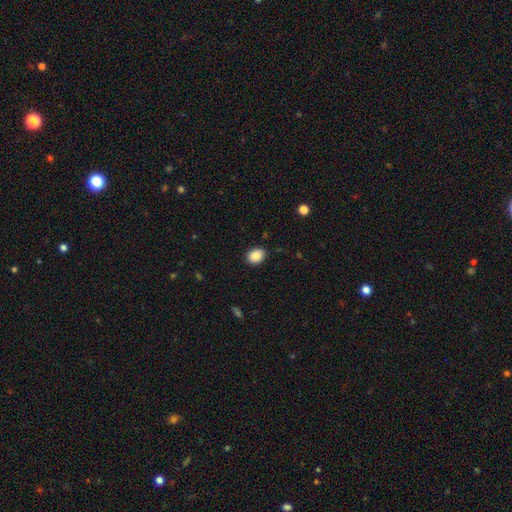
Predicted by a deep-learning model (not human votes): A smooth galaxy with no disk features (88%) that is in between round and cigar-shaped (61%). Merging: none (87%).